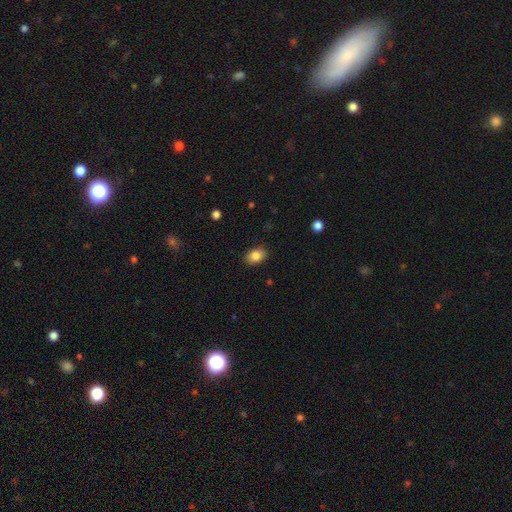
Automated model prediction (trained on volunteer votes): Q: Smooth or featured?
A: smooth (84%); runner-up: star or artifact (9%)
Q: How rounded?
A: in between (78%); runner-up: round (21%)
Q: Merging?
A: none (87%); runner-up: minor disturbance (9%)